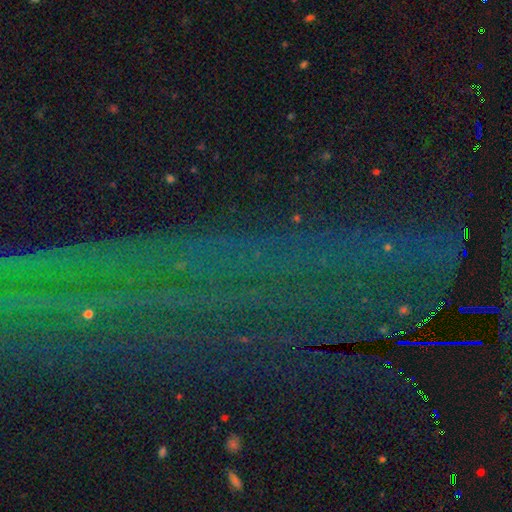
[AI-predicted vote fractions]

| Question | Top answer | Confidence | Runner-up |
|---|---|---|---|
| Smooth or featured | star or artifact | 80% | featured or disk (11%) |